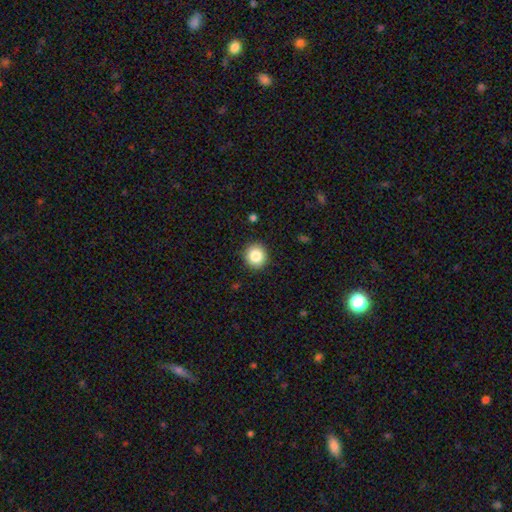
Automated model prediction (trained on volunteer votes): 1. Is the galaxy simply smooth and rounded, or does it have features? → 85% smooth, 9% star or artifact, 6% featured or disk.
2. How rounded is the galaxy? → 88% round, 11% in between, 1% cigar-shaped.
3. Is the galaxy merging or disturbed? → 91% none, 6% minor disturbance, 2% major disturbance, 1% merger.